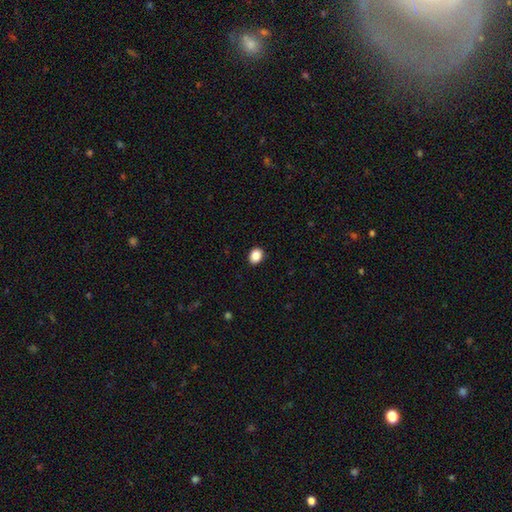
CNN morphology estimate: Q: Smooth or featured?
A: smooth (88%); runner-up: star or artifact (9%)
Q: How rounded?
A: in between (53%); runner-up: round (46%)
Q: Merging?
A: none (90%); runner-up: minor disturbance (7%)